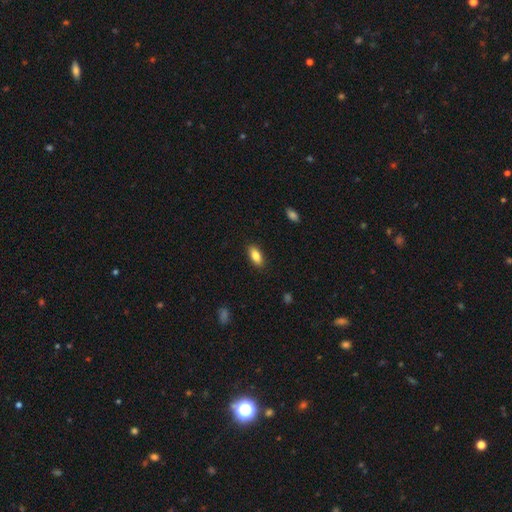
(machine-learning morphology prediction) Q: Smooth or featured?
A: smooth (82%); runner-up: featured or disk (11%)
Q: How rounded?
A: in between (84%); runner-up: cigar-shaped (13%)
Q: Merging?
A: none (87%); runner-up: minor disturbance (9%)